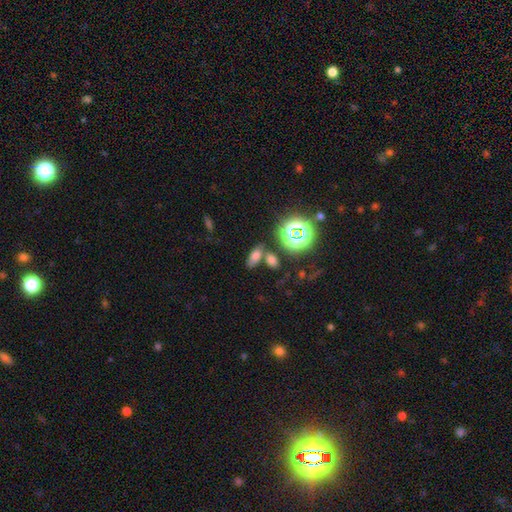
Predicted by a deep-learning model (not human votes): Q: Smooth or featured?
A: smooth (65%); runner-up: star or artifact (24%)
Q: How rounded?
A: in between (79%); runner-up: round (11%)
Q: Merging?
A: none (63%); runner-up: merger (22%)